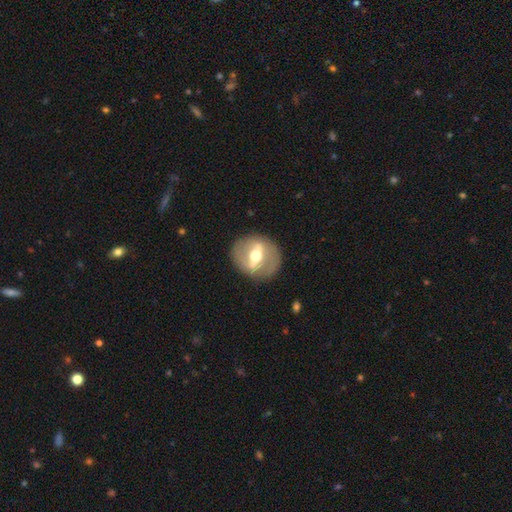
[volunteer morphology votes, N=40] Overall: featured or disk (85%). Edge-on disk: no (68%; yes 32%). Bar: strong (87%). Spiral arms: no (61%; yes 39%). Bulge size: moderate (83%). Merging: none (85%).